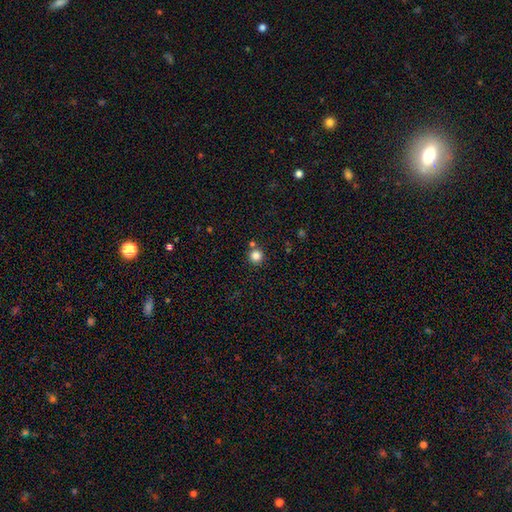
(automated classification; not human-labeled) This appears to be a smooth galaxy with no disk features (83%) that is round (95%). Merging: none (81%).